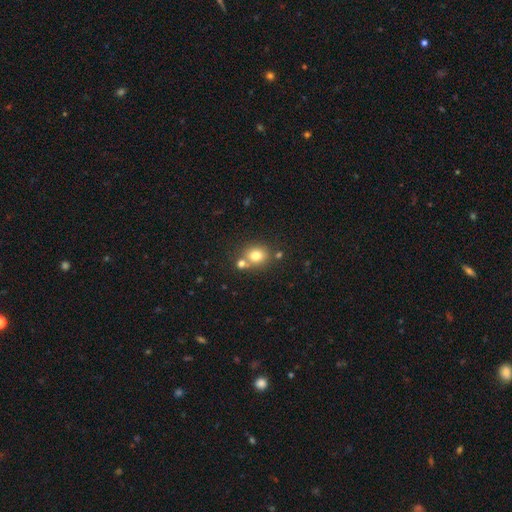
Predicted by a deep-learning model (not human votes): Q: Smooth or featured?
A: smooth (76%); runner-up: star or artifact (13%)
Q: How rounded?
A: round (72%); runner-up: in between (27%)
Q: Merging?
A: none (62%); runner-up: merger (24%)